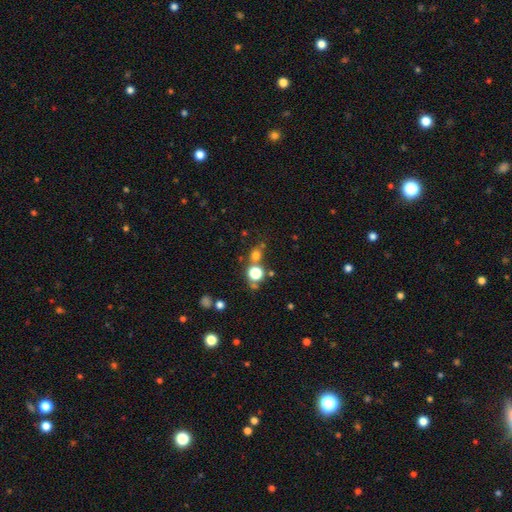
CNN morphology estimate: A smooth galaxy with no disk features (66%) that is round (86%).

Vote fractions:
- Smooth or featured? smooth: 66% / star or artifact: 26% / featured or disk: 8%
- How rounded? round: 86% / in between: 13% / cigar-shaped: 1%
- Merging? none: 65% / merger: 21% / minor disturbance: 9% / major disturbance: 5%